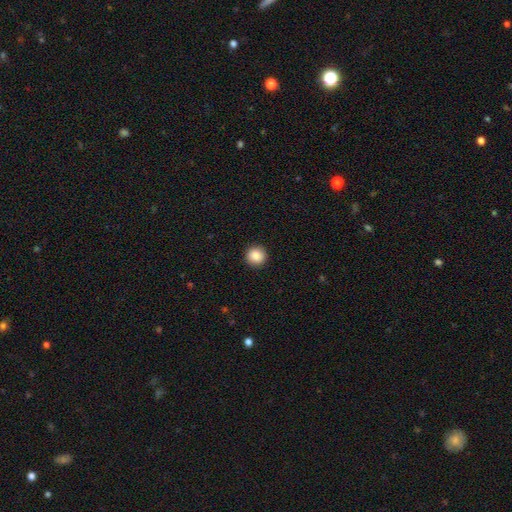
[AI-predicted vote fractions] This is clearly a smooth galaxy (88%). How rounded: clearly round (93%). Merging: clearly none (92%).